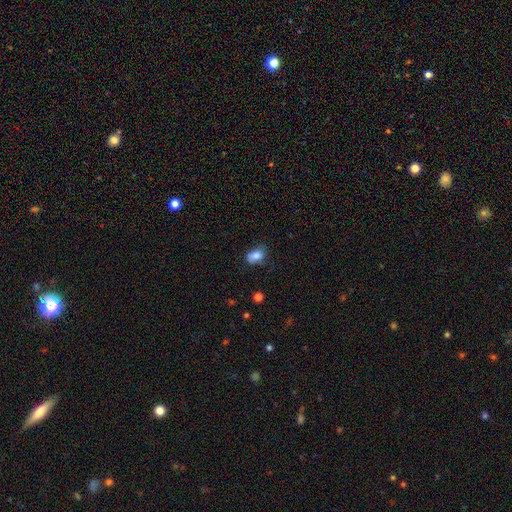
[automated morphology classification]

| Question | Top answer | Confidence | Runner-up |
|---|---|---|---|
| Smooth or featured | smooth | 83% | star or artifact (9%) |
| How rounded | in between | 84% | round (14%) |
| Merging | none | 62% | minor disturbance (29%) |